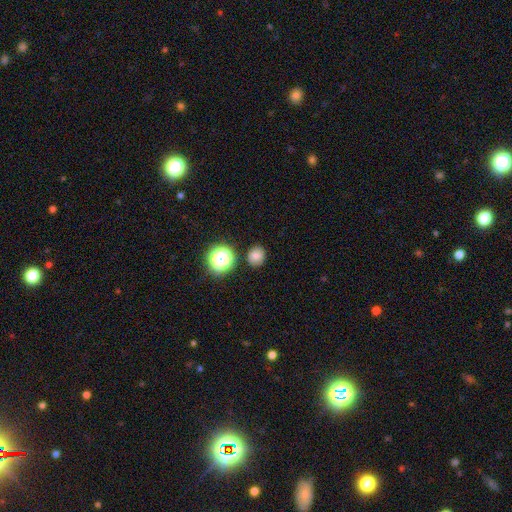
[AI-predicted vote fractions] A smooth galaxy with no disk features (77%) that is round (73%).

Vote fractions:
- Smooth or featured? smooth: 77% / star or artifact: 16% / featured or disk: 7%
- How rounded? round: 73% / in between: 26% / cigar-shaped: 1%
- Merging? none: 83% / minor disturbance: 10% / merger: 3% / major disturbance: 3%